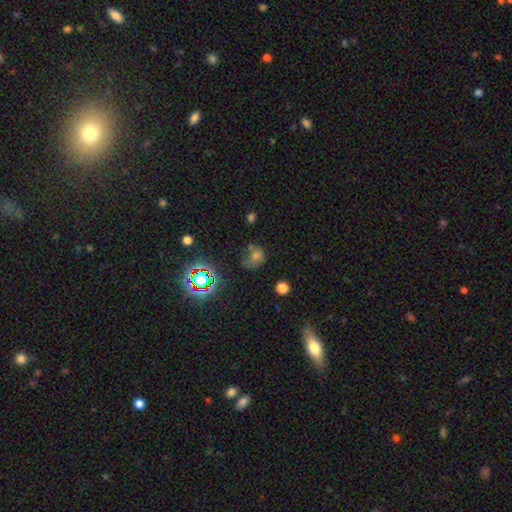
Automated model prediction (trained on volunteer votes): This appears to be a smooth galaxy with no disk features (47%). Merging: none (48%).